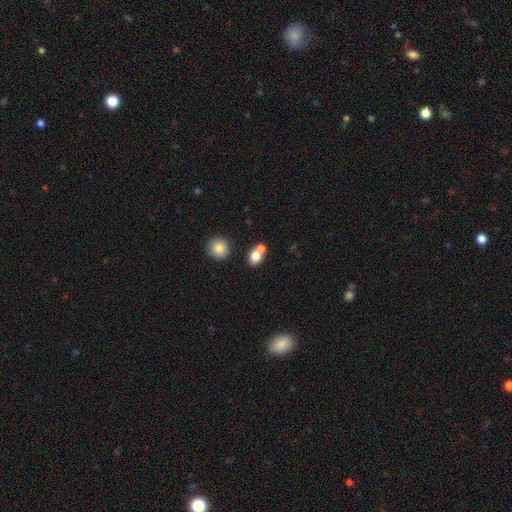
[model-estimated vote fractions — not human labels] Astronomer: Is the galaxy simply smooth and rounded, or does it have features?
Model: smooth — 78%.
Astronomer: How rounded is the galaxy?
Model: round — 49%, tied with in between at 49%.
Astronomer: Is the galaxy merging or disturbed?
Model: merger — 44% (runner-up: none, 43%).